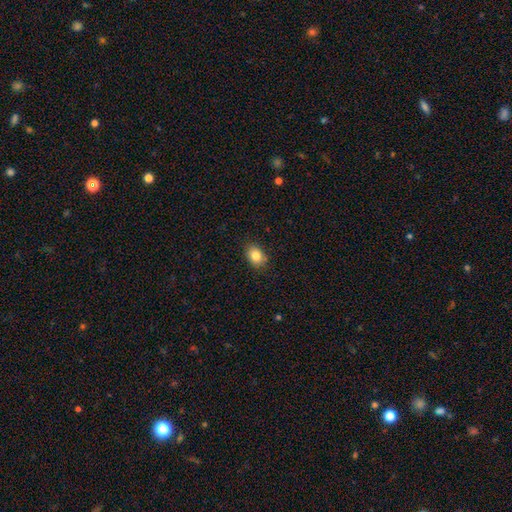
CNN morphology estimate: A smooth galaxy with no disk features (84%) that is in between round and cigar-shaped (70%).

Vote fractions:
- Smooth or featured? smooth: 84% / star or artifact: 9% / featured or disk: 7%
- How rounded? in between: 70% / round: 29% / cigar-shaped: 1%
- Merging? none: 87% / minor disturbance: 10% / major disturbance: 2% / merger: 1%